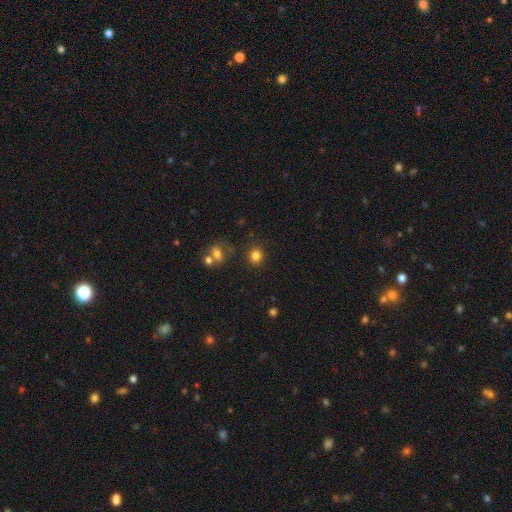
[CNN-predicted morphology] This is clearly a smooth galaxy (83%). How rounded: clearly round (80%). Merging: clearly none (82%).